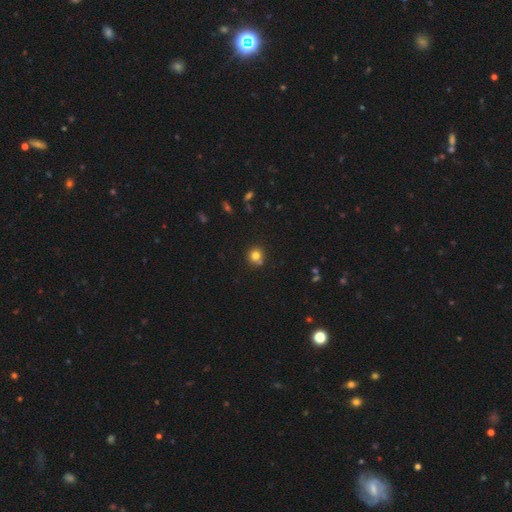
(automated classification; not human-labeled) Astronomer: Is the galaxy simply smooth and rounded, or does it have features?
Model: smooth — 78%.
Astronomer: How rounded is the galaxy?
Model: round — 90%.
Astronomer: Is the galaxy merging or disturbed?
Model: none — 74%.